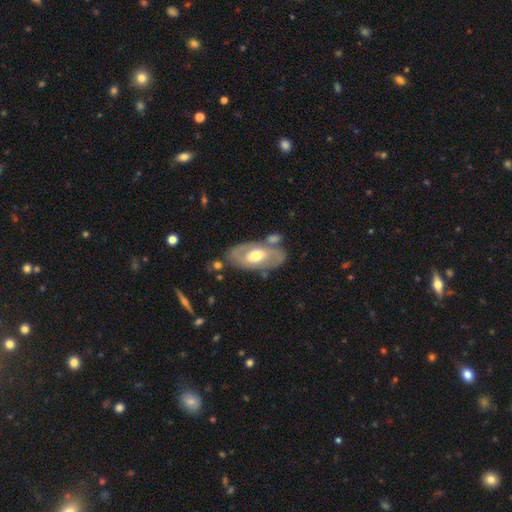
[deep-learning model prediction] Overall: featured or disk (63%; smooth 32%). Edge-on disk: no (90%). Bar: no (55%; weak 32%). Spiral arms: yes (54%; no 46%). Bulge size: moderate (70%). Merging: none (66%).